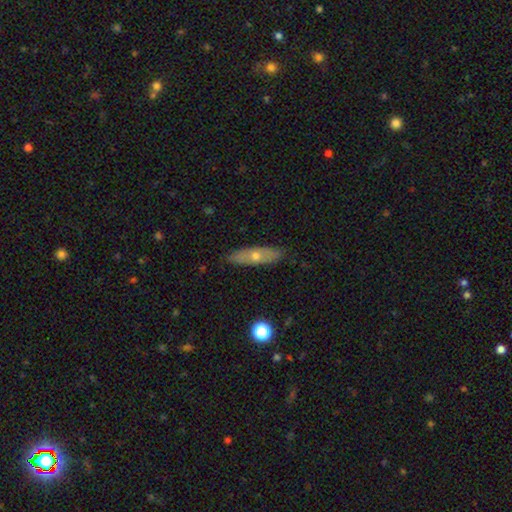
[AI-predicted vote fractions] A smooth galaxy with no disk features (50%).

Vote fractions:
- Smooth or featured? smooth: 50% / featured or disk: 44% / star or artifact: 7%
- Merging? none: 87% / minor disturbance: 10% / major disturbance: 2% / merger: 1%